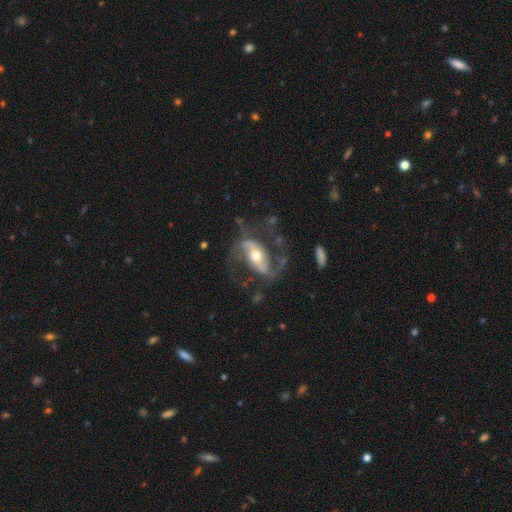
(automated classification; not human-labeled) Overall: featured or disk (88%). Edge-on disk: no (96%). Bar: strong (42%; weak 34%). Spiral arms: yes (95%). Spiral arm count: 2 (90%). Spiral winding: loose (49%; medium 42%). Bulge size: moderate (64%; small 27%). Merging: none (63%).